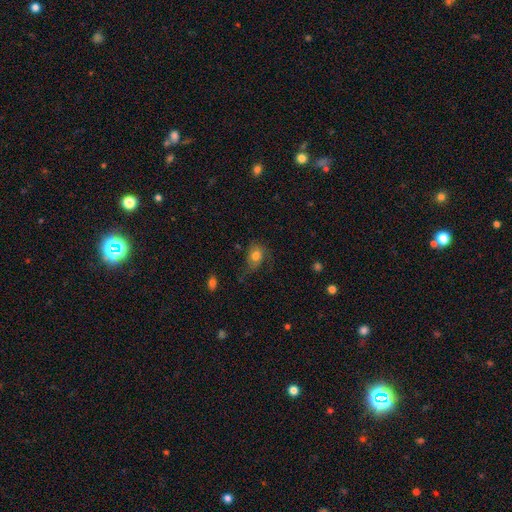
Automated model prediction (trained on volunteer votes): A smooth galaxy with no disk features (64%) that is in between round and cigar-shaped (63%).

Vote fractions:
- Smooth or featured? smooth: 64% / featured or disk: 26% / star or artifact: 10%
- How rounded? in between: 63% / round: 35% / cigar-shaped: 1%
- Merging? none: 49% / minor disturbance: 29% / major disturbance: 20% / merger: 2%